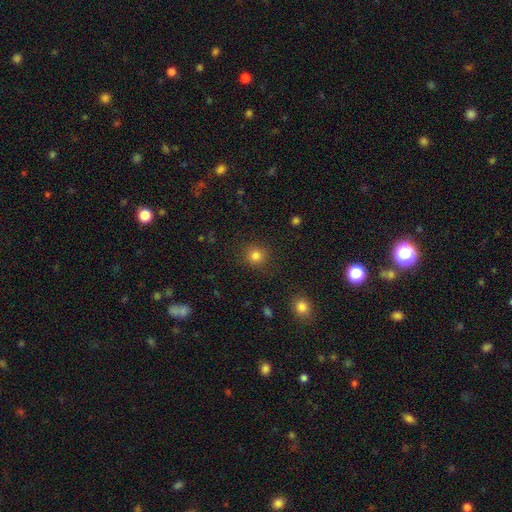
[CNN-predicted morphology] A smooth galaxy with no disk features (82%) that is round (91%). Merging: none (89%).